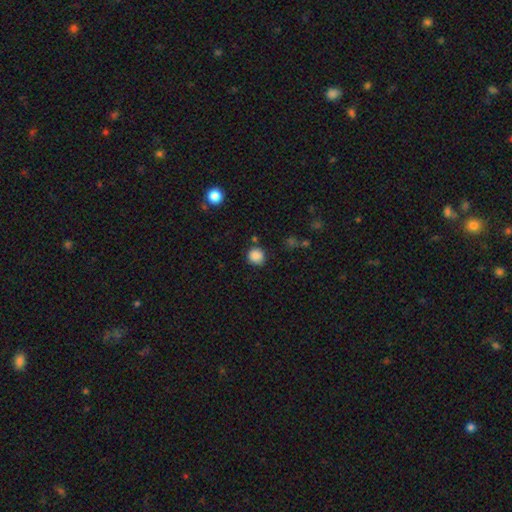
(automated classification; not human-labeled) The model was most divided on "merging": none: 83%, minor disturbance: 11%, merger: 4%, major disturbance: 3%. More confident: how rounded — round (89%); smooth or featured — smooth (86%).